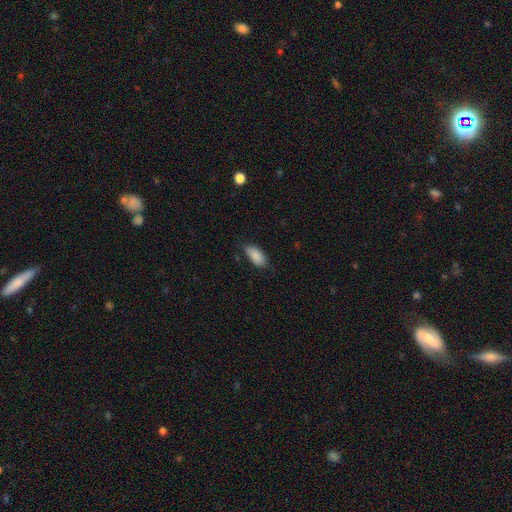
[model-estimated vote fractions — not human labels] smooth 88%, star or artifact 7%, featured or disk 6%. Down the decision tree: how rounded — in between (92%); merging — none (78%).